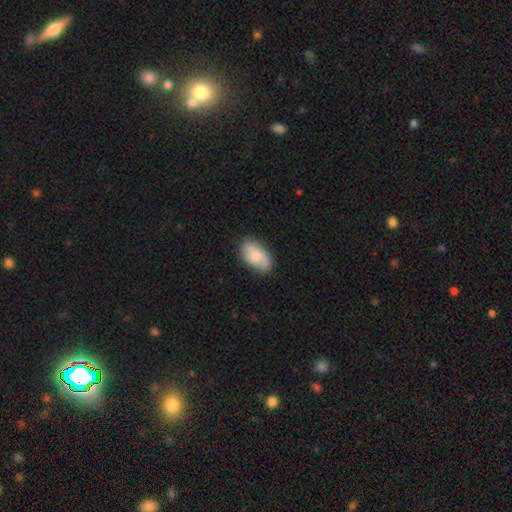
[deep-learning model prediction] Overall: smooth (75%). How rounded: in between (94%). Merging: none (76%).